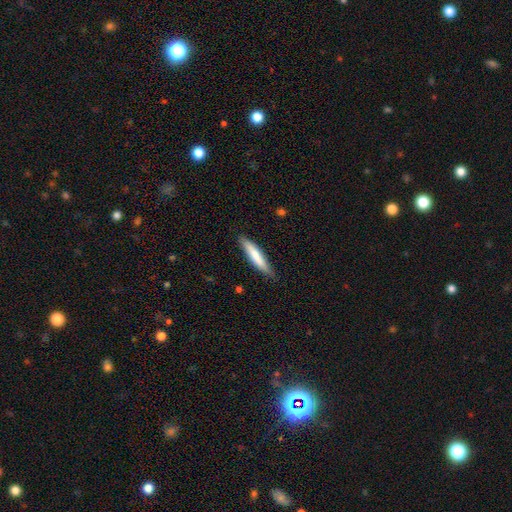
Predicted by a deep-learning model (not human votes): A smooth galaxy with no disk features (72%) that is cigar-shaped (88%). Merging: none (84%).